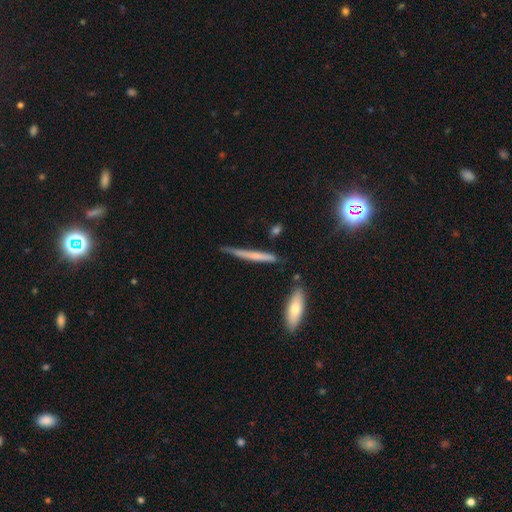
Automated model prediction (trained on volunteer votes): Smooth or featured? Predicted: smooth (p=0.52). How rounded? Predicted: cigar-shaped (p=0.94). Merging? Predicted: none (p=0.71).